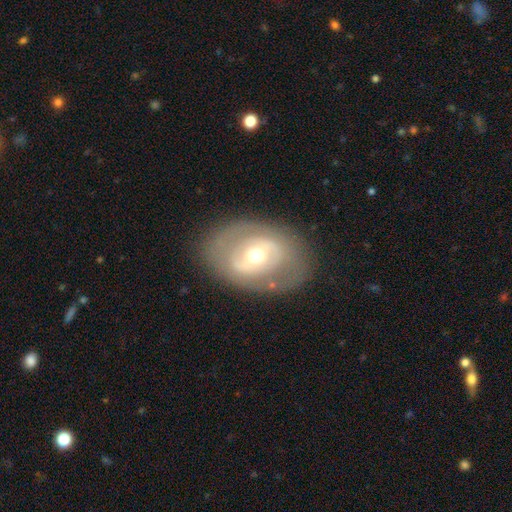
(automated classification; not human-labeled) Smooth or featured? featured or disk (69%)
Edge-on disk? no (94%)
Bar? no (44%)
Spiral arms? no (56%)
Bulge size? moderate (56%)
Merging? none (78%)